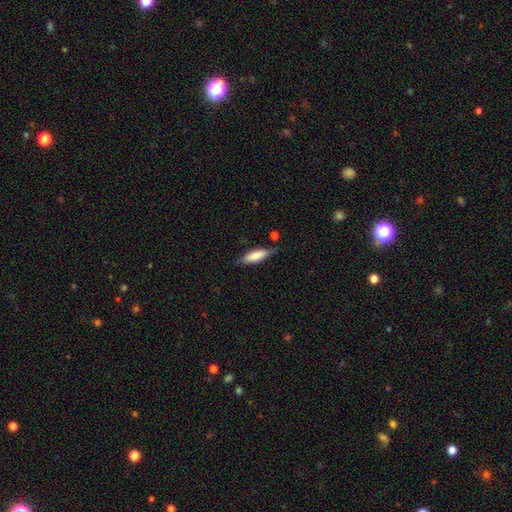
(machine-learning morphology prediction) Q: Smooth or featured?
A: smooth (72%); runner-up: featured or disk (22%)
Q: How rounded?
A: in between (50%); runner-up: cigar-shaped (49%)
Q: Merging?
A: none (75%); runner-up: minor disturbance (18%)